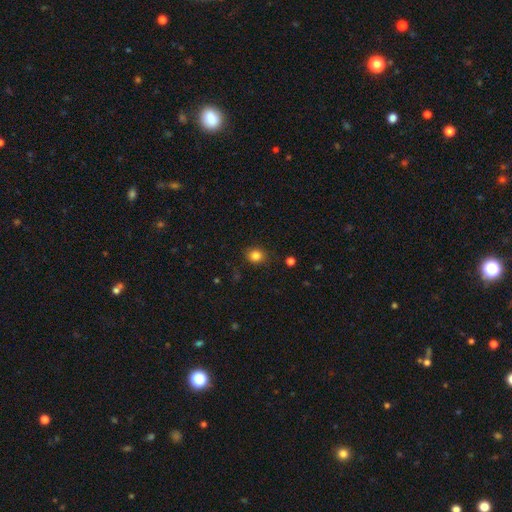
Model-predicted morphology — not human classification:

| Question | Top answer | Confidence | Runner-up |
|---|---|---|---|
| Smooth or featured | smooth | 84% | star or artifact (11%) |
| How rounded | round | 73% | in between (26%) |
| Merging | none | 86% | minor disturbance (10%) |